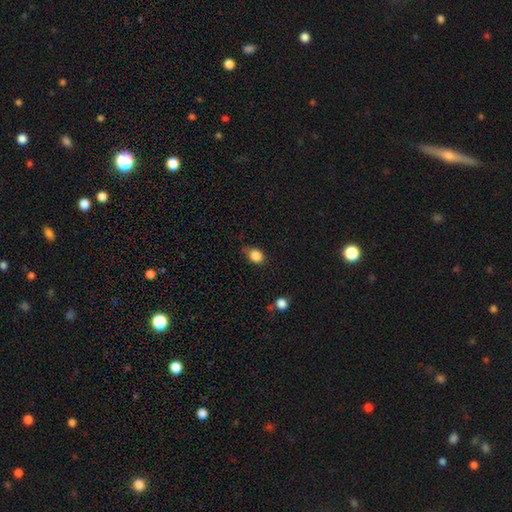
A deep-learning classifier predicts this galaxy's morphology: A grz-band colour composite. It shows a smooth galaxy with no disk features (86%) that is round (52%). Merging: none (63%).